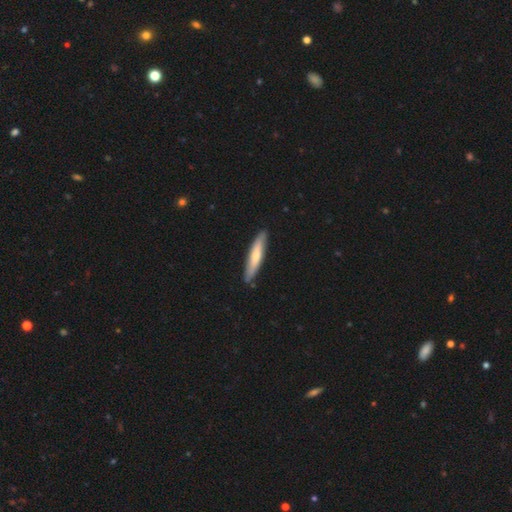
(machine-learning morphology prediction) Smooth or featured? smooth (58%)
How rounded? cigar-shaped (87%)
Merging? none (85%)